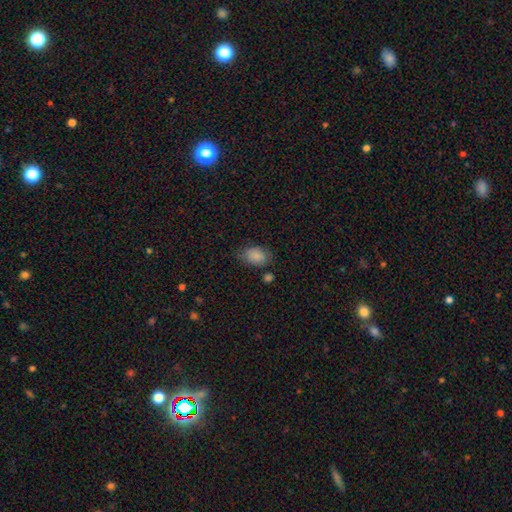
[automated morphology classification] Smooth or featured: smooth — 85% (star or artifact — 9%)
How rounded: in between — 83% (round — 16%)
Merging: none — 66% (minor disturbance — 24%)